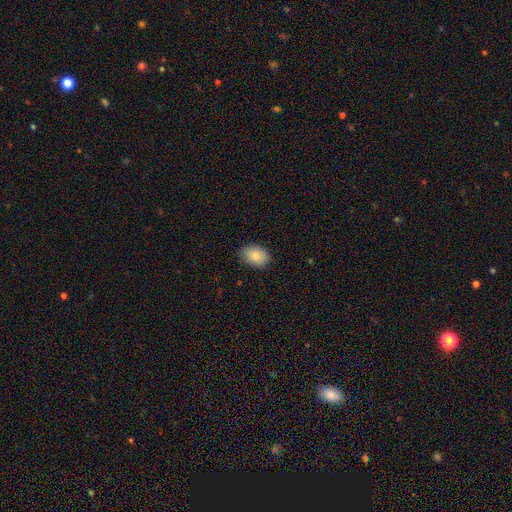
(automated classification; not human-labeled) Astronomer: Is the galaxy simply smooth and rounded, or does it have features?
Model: smooth — 84%.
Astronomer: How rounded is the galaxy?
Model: in between — 78%.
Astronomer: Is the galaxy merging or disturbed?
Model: none — 88%.